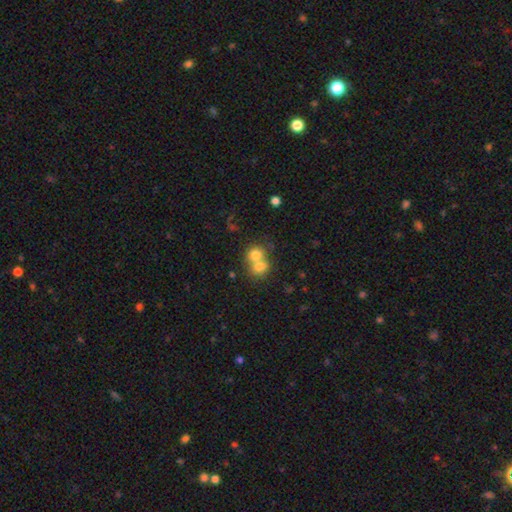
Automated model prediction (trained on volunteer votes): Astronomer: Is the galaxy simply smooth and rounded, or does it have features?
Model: smooth — 74%.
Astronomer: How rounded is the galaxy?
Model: round — 68%.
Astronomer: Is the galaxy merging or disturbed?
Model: merger — 64%.